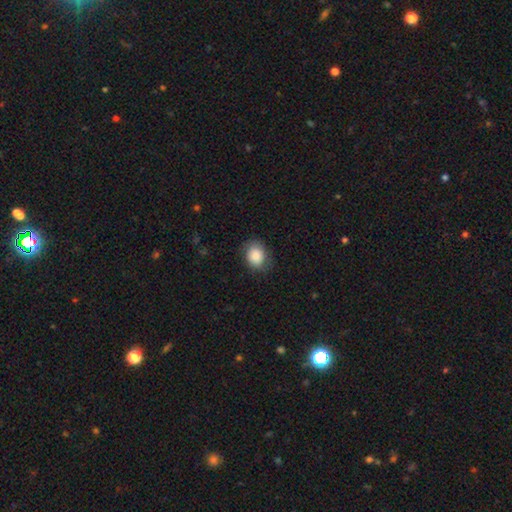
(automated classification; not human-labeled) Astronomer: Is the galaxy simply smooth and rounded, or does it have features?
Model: smooth — 84%.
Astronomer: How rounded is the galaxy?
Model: round — 54% (runner-up: in between, 45%).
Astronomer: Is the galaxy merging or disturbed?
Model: none — 74%.